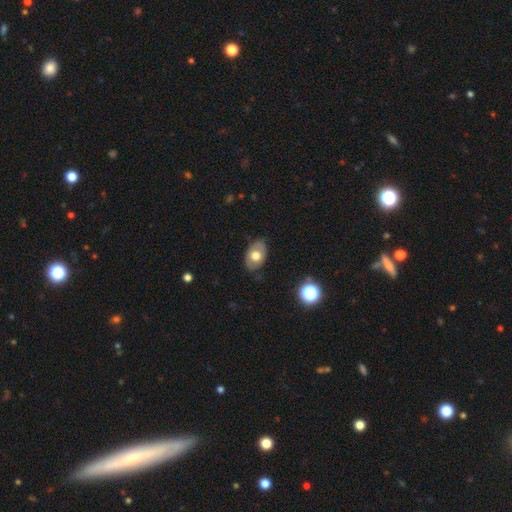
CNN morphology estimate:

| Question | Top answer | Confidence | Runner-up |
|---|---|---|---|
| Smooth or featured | smooth | 62% | featured or disk (30%) |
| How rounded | in between | 83% | round (16%) |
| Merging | none | 79% | minor disturbance (16%) |